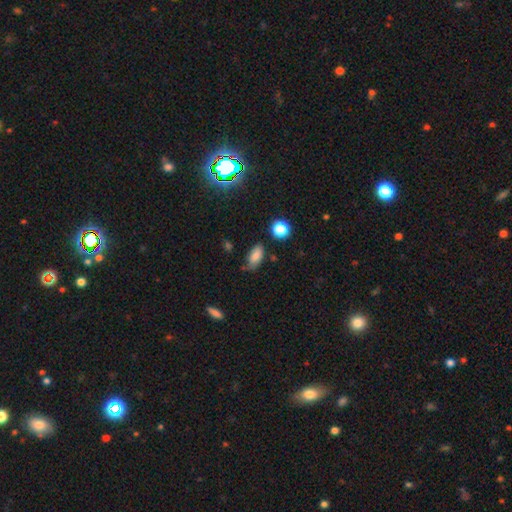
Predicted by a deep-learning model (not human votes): Smooth or featured? Predicted: smooth (p=0.80). How rounded? Predicted: in between (p=0.89). Merging? Predicted: none (p=0.58).